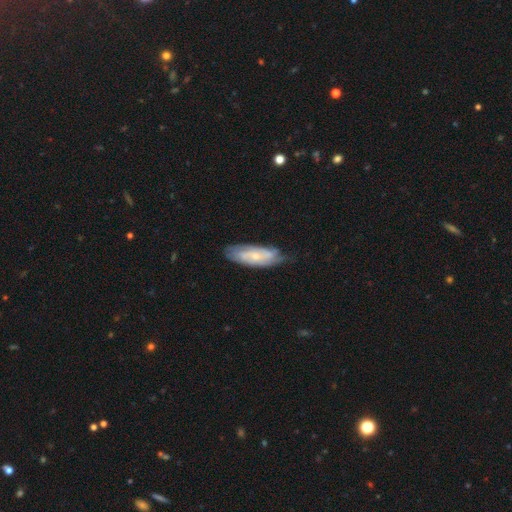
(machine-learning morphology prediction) A featured or disk galaxy (66%) with no bar (62%), spiral arms (87%) and a small central bulge (68%).

Vote fractions:
- Smooth or featured? featured or disk: 66% / smooth: 28% / star or artifact: 6%
- Edge-on disk? no: 85% / yes: 15%
- Bar? no: 62% / weak: 30% / strong: 7%
- Spiral arms? yes: 87% / no: 13%
- Bulge size? small: 68% / moderate: 25% / none: 4% / large: 1% / dominant: 1%
- Merging? none: 69% / minor disturbance: 24% / major disturbance: 6% / merger: 2%